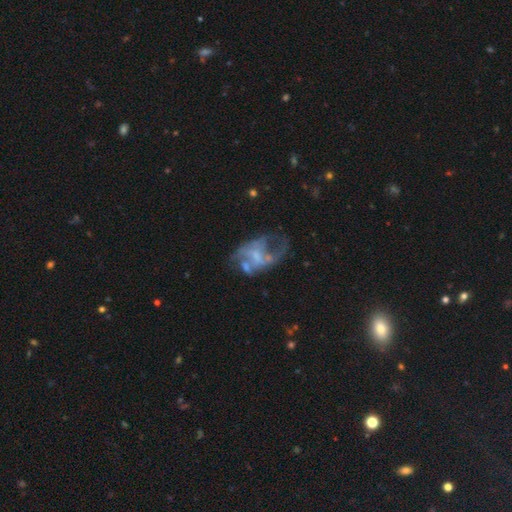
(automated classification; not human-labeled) A featured or disk galaxy (68%) with no bar (62%), no spiral arms (55%) and no central bulge (47%).

Vote fractions:
- Smooth or featured? featured or disk: 68% / smooth: 21% / star or artifact: 11%
- Edge-on disk? no: 97% / yes: 3%
- Bar? no: 62% / weak: 30% / strong: 7%
- Spiral arms? no: 55% / yes: 45%
- Bulge size? none: 47% / small: 27% / moderate: 21% / large: 4% / dominant: 1%
- Merging? major disturbance: 42% / none: 28% / minor disturbance: 17% / merger: 13%